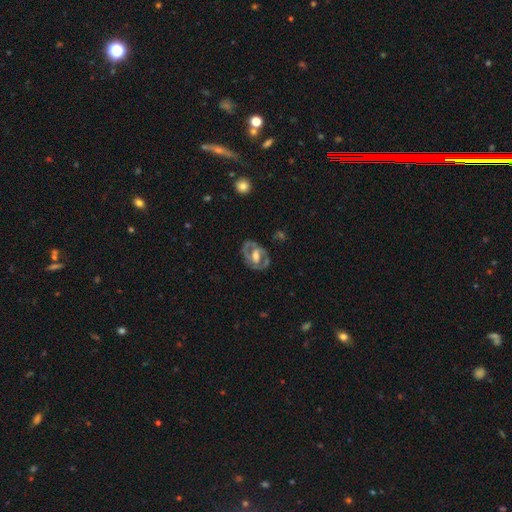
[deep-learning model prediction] Smooth or featured?
  - featured or disk: 79% *
  - smooth: 16%
  - star or artifact: 5%
Edge-on disk?
  - no: 96% *
  - yes: 4%
Bar?
  - weak: 41% *
  - no: 31%
  - strong: 29%
Spiral arms?
  - yes: 77% *
  - no: 23%
Spiral winding?
  - medium: 48% *
  - tight: 40%
  - loose: 13%
Spiral arm count?
  - 2: 82% *
  - can't tell: 9%
  - 1: 4%
  - 3: 2%
  - 4: 1%
  - more than 4: 1%
Bulge size?
  - moderate: 58% *
  - large: 23%
  - small: 15%
  - none: 3%
  - dominant: 2%
Merging?
  - none: 76% *
  - minor disturbance: 15%
  - major disturbance: 7%
  - merger: 2%